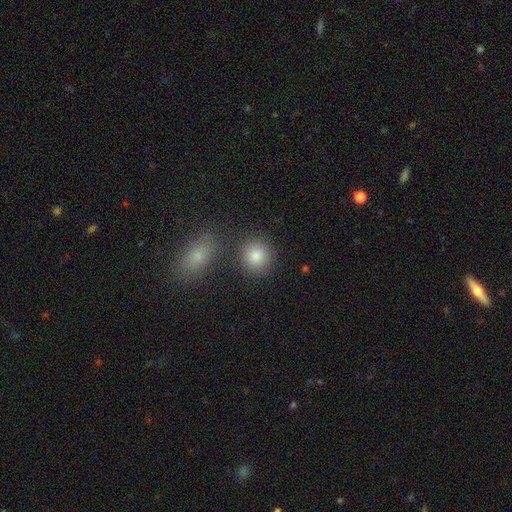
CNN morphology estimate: Smooth or featured? Predicted: smooth (p=0.83). How rounded? Predicted: round (p=0.83). Merging? Predicted: none (p=0.79).